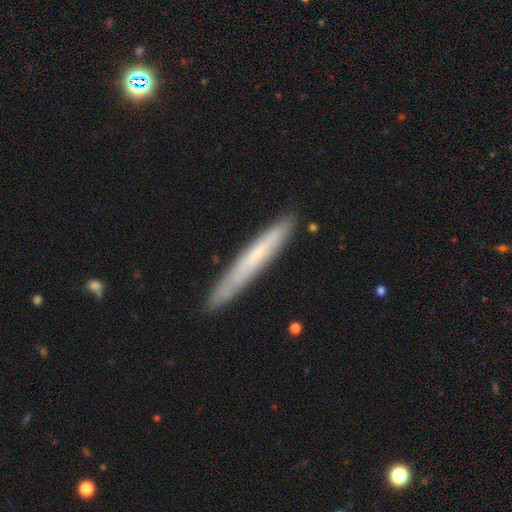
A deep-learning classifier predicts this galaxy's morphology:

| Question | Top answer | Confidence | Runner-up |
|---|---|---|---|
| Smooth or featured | smooth | 50% | featured or disk (43%) |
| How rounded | cigar-shaped | 96% | in between (3%) |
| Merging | none | 86% | minor disturbance (11%) |